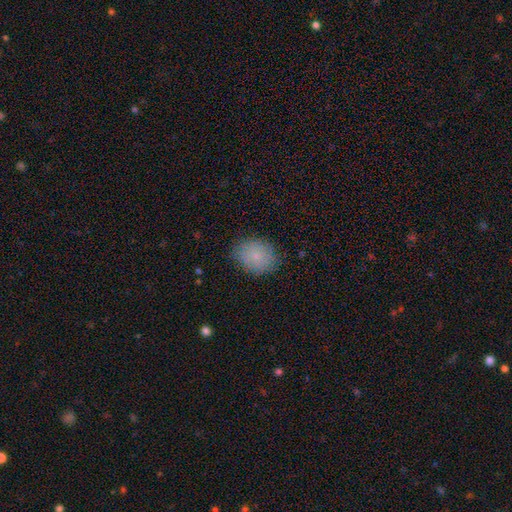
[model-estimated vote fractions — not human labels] A smooth galaxy with no disk features (81%) that is round (57%). Merging: none (80%).